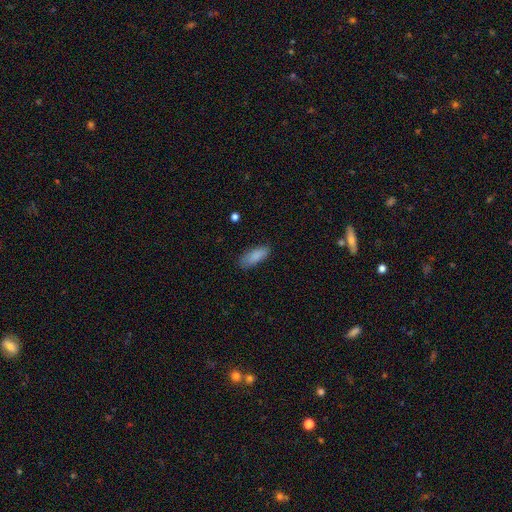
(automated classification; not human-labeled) The model was most divided on "how rounded": in between: 74%, cigar-shaped: 24%, round: 2%. More confident: smooth or featured — smooth (88%); merging — none (81%).